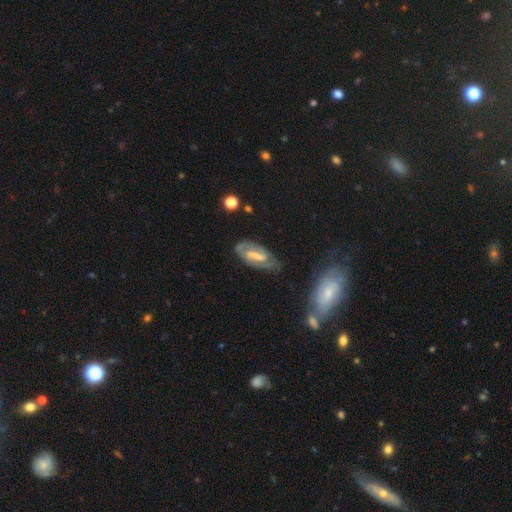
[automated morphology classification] Smooth or featured?
  - featured or disk: 75% *
  - smooth: 19%
  - star or artifact: 6%
Edge-on disk?
  - no: 92% *
  - yes: 8%
Bar?
  - weak: 44% *
  - strong: 41%
  - no: 15%
Spiral arms?
  - yes: 84% *
  - no: 16%
Spiral winding?
  - medium: 44% *
  - tight: 39%
  - loose: 17%
Spiral arm count?
  - 2: 72% *
  - can't tell: 18%
  - 1: 5%
  - 3: 3%
  - 4: 1%
  - more than 4: 1%
Bulge size?
  - moderate: 39% *
  - small: 36%
  - none: 16%
  - large: 8%
  - dominant: 1%
Merging?
  - none: 68% *
  - minor disturbance: 21%
  - major disturbance: 9%
  - merger: 3%